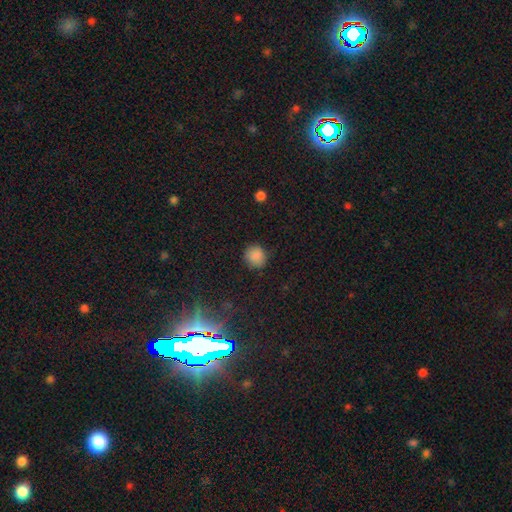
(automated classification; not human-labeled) Q: Smooth or featured?
A: smooth (85%); runner-up: star or artifact (11%)
Q: How rounded?
A: round (90%); runner-up: in between (9%)
Q: Merging?
A: none (86%); runner-up: minor disturbance (10%)